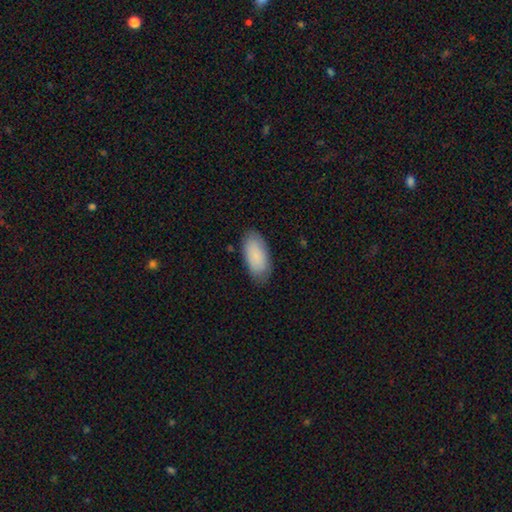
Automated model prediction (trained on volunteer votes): Overall: smooth (87%). How rounded: in between (92%). Merging: none (82%).